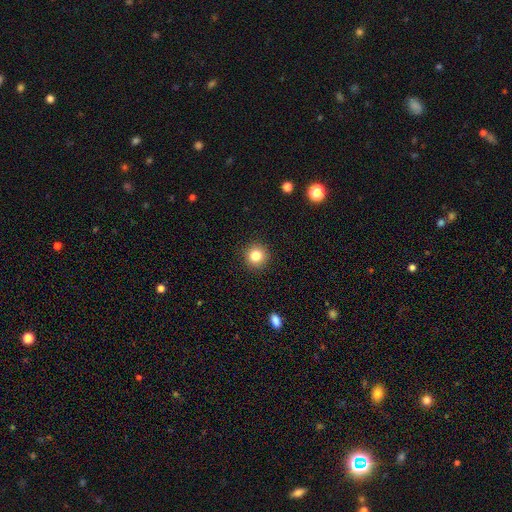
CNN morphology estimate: type=smooth (82%); roundness=round (93%); merging=none (92%).